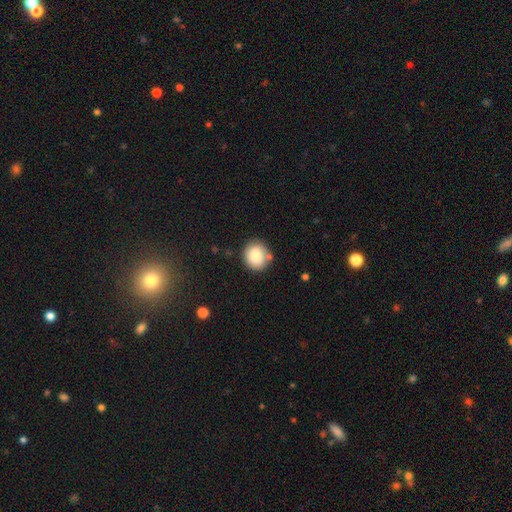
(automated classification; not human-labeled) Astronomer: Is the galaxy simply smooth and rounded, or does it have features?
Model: smooth — 85%.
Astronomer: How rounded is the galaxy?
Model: round — 83%.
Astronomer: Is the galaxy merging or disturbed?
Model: none — 78%.